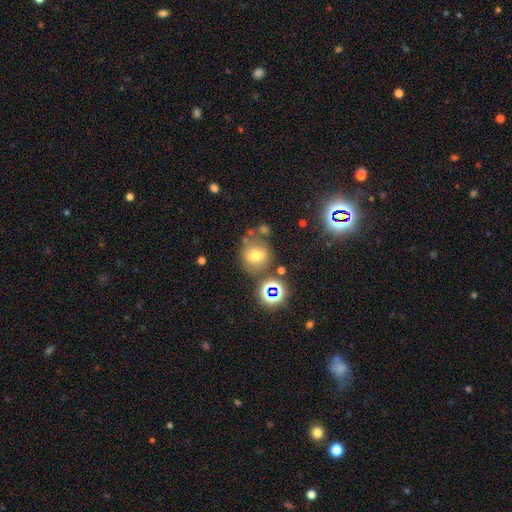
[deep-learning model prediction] smooth 61%, star or artifact 20%, featured or disk 19%. Down the decision tree: how rounded — round (82%); merging — none (66%).